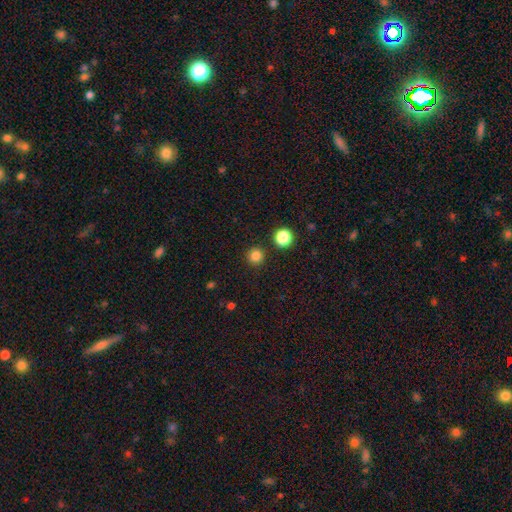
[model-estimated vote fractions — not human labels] The model was most divided on "smooth or featured": smooth: 83%, star or artifact: 13%, featured or disk: 3%. More confident: how rounded — round (95%); merging — none (91%).